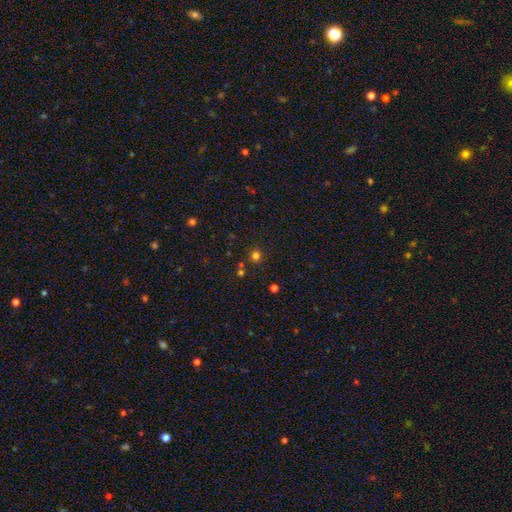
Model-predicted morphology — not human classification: This is likely a smooth galaxy (75%). How rounded: clearly round (89%). Merging: clearly none (82%).